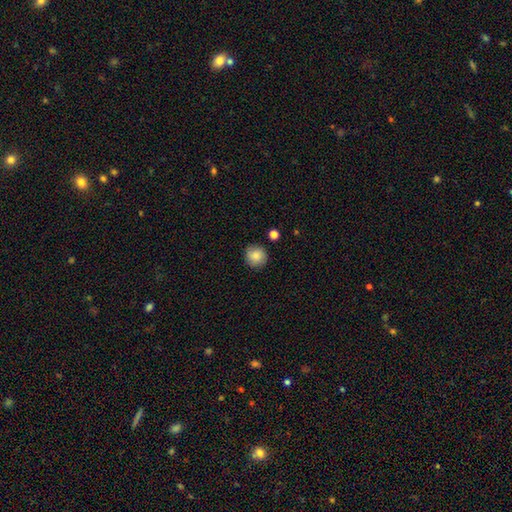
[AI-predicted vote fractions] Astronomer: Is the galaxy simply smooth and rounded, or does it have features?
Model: smooth — 84%.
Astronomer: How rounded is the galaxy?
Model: round — 92%.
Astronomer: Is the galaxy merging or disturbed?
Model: none — 86%.